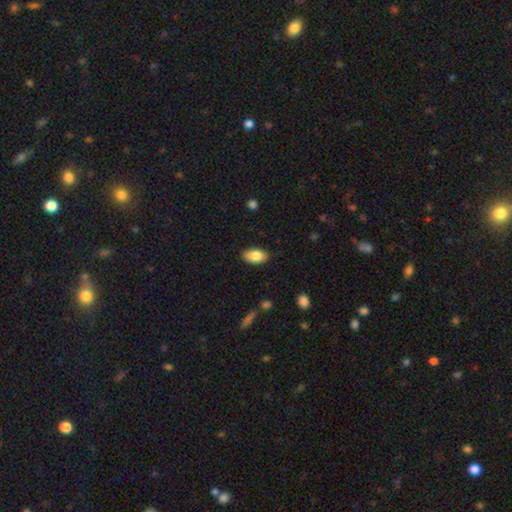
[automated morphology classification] type=smooth (85%); roundness=in between (94%); merging=none (87%).